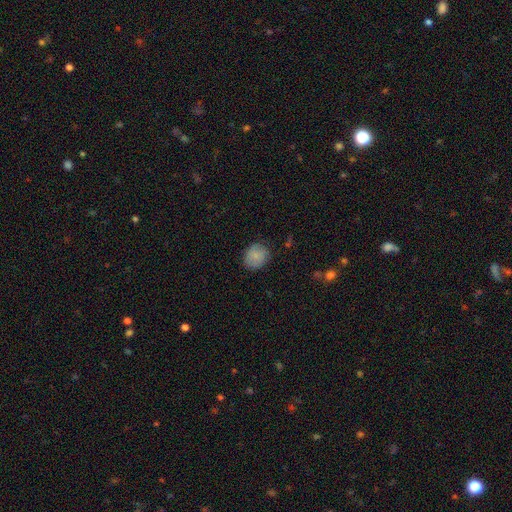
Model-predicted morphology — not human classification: type=smooth (84%); roundness=round (71%); merging=none (80%).